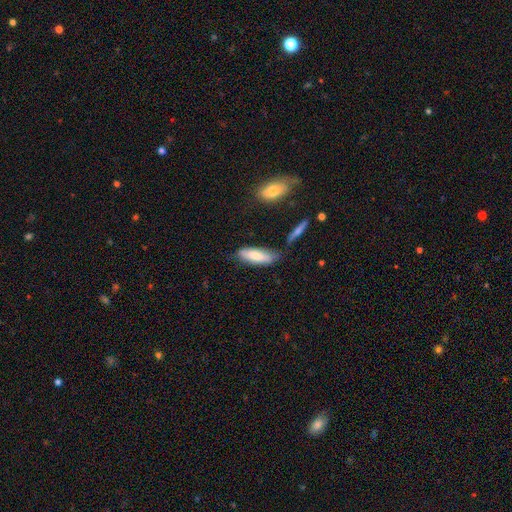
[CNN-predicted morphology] Smooth or featured? Predicted: smooth (p=0.76). How rounded? Predicted: in between (p=0.55). Merging? Predicted: none (p=0.65).